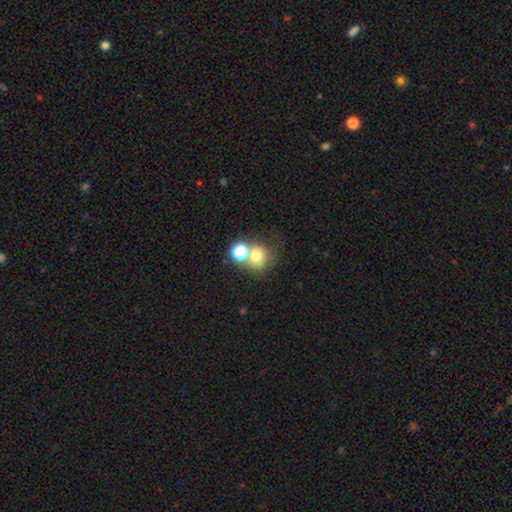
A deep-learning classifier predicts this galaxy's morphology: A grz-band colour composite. It shows a smooth galaxy with no disk features (70%) that is round (82%). Merging: none (44%).